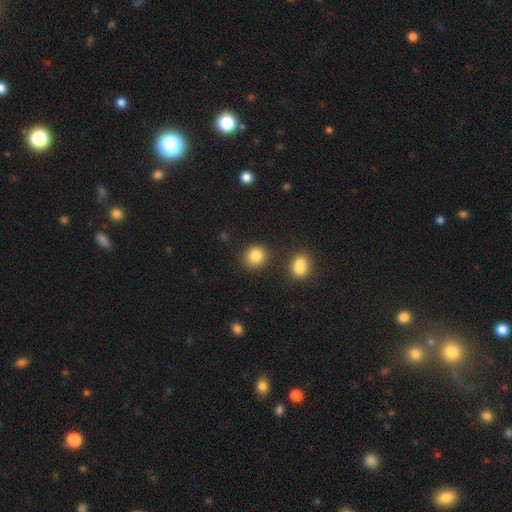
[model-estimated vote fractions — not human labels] Smooth or featured? smooth (85%)
How rounded? round (82%)
Merging? none (82%)